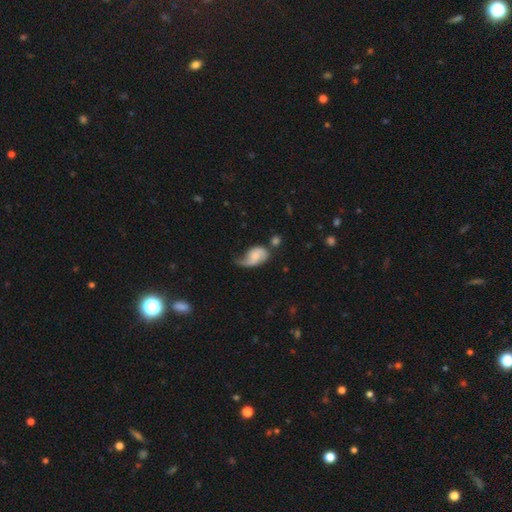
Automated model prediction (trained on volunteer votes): Smooth or featured? Predicted: featured or disk (p=0.52). Edge-on disk? Predicted: no (p=0.96). Merging? Predicted: minor disturbance (p=0.33).